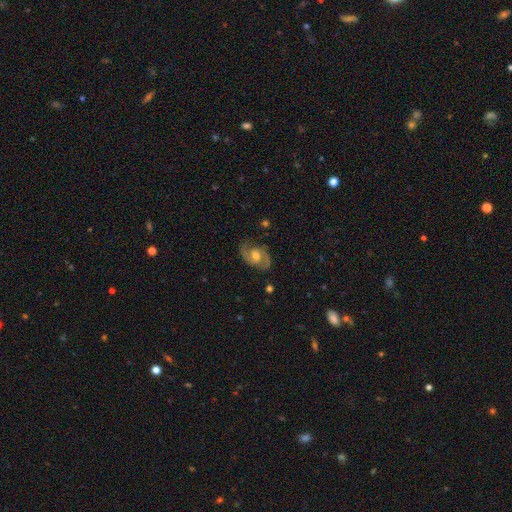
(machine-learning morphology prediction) Smooth or featured? featured or disk (83%)
Edge-on disk? no (97%)
Bar? no (55%)
Spiral arms? yes (93%)
Spiral winding? medium (54%)
Spiral arm count? 2 (90%)
Bulge size? moderate (72%)
Merging? none (78%)